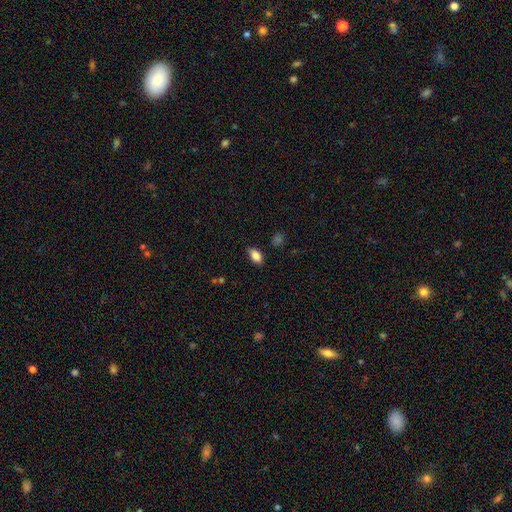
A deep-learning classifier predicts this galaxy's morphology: The model was most divided on "merging": none: 78%, minor disturbance: 17%, major disturbance: 3%, merger: 2%. More confident: how rounded — in between (89%); smooth or featured — smooth (84%).